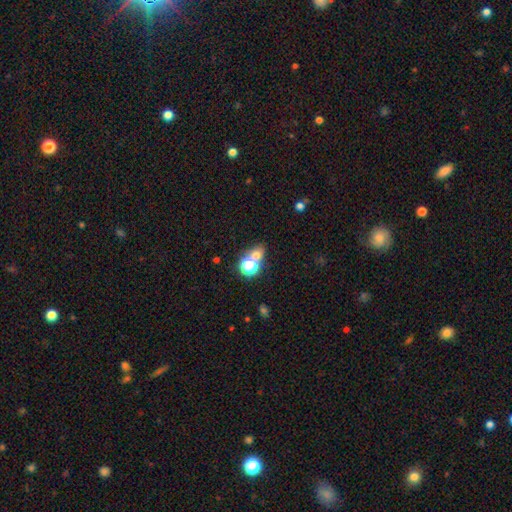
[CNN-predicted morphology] This appears to be a smooth galaxy with no disk features (59%) that is round (68%). Merging: none (54%).